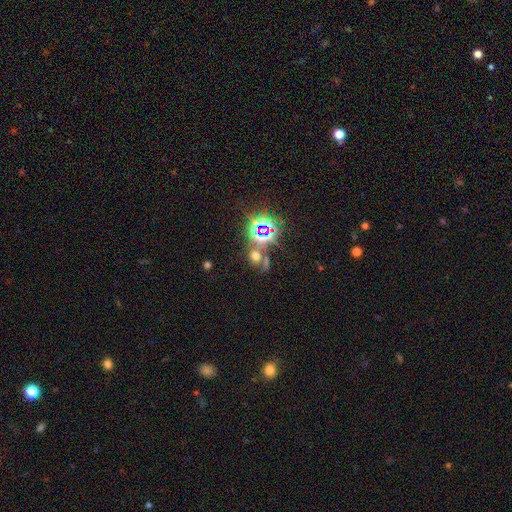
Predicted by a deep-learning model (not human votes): A star or artifact, not a galaxy (51%).

Vote fractions:
- Smooth or featured? star or artifact: 51% / smooth: 38% / featured or disk: 11%